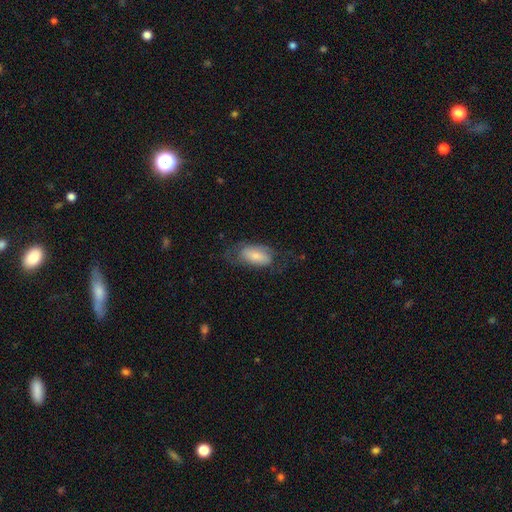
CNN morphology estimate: Smooth or featured? smooth (64%)
How rounded? in between (92%)
Merging? none (54%)